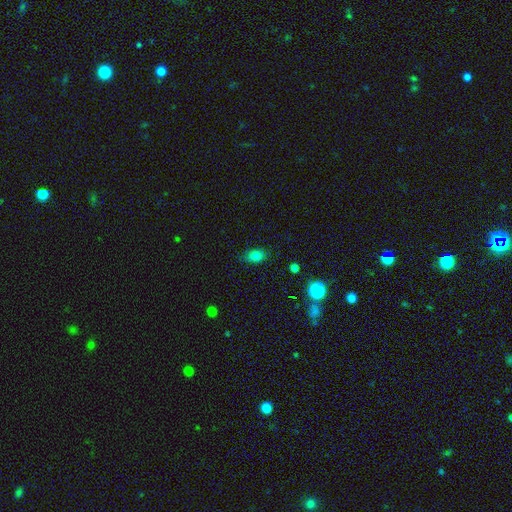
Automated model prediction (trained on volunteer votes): The model was most divided on "how rounded": in between: 76%, round: 22%, cigar-shaped: 2%. More confident: merging — none (81%); smooth or featured — smooth (79%).